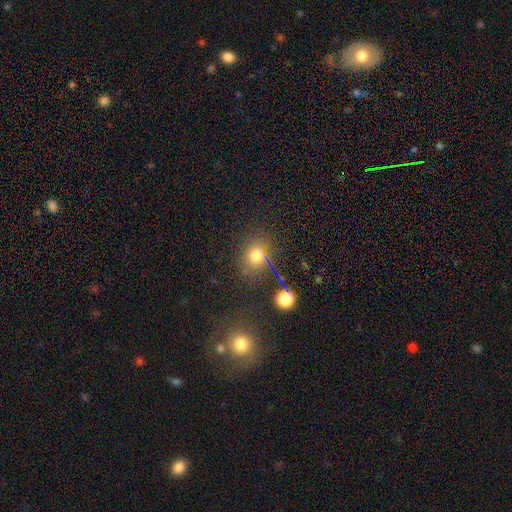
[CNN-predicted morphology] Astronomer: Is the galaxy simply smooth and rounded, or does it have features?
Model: smooth — 70%.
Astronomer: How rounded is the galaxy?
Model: round — 57% (runner-up: in between, 41%).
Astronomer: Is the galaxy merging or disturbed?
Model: none — 78%.